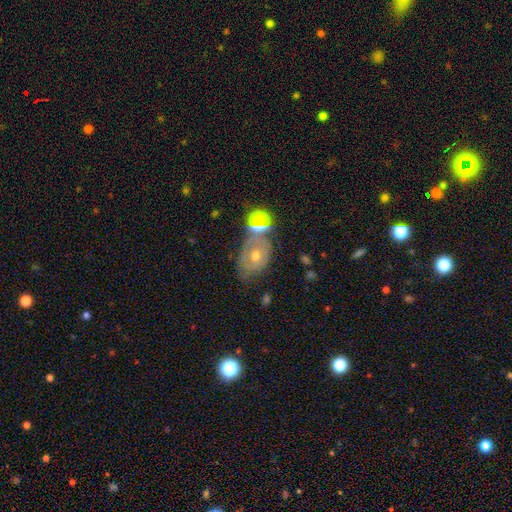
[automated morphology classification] featured or disk 51%, smooth 32%, star or artifact 17%. Down the decision tree: edge-on disk — no (93%); merging — none (47%).